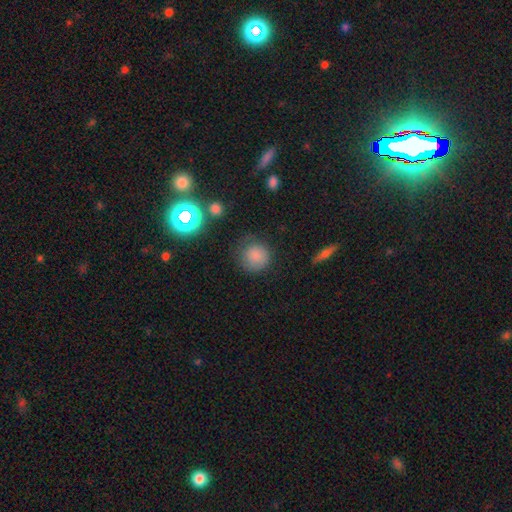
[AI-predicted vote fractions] Smooth or featured? smooth (80%)
How rounded? round (91%)
Merging? none (72%)